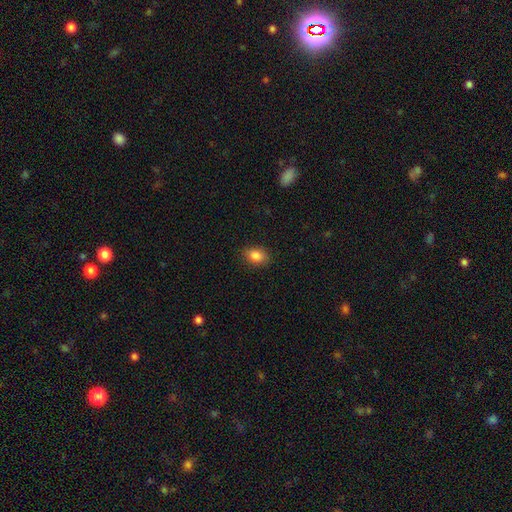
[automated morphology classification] type=smooth (86%); roundness=in between (76%); merging=none (87%).